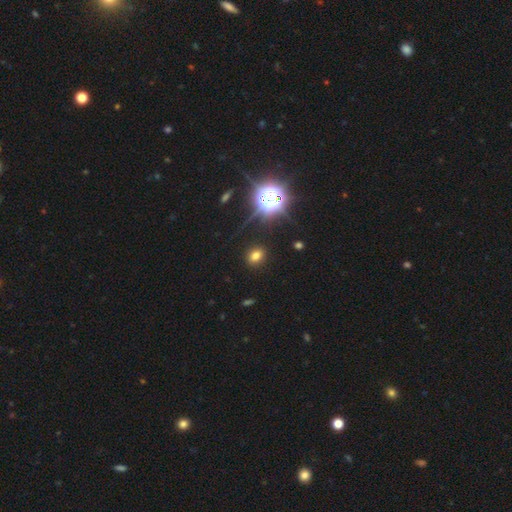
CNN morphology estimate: smooth 70%, star or artifact 22%, featured or disk 7%. Down the decision tree: how rounded — in between (54%); merging — none (88%).